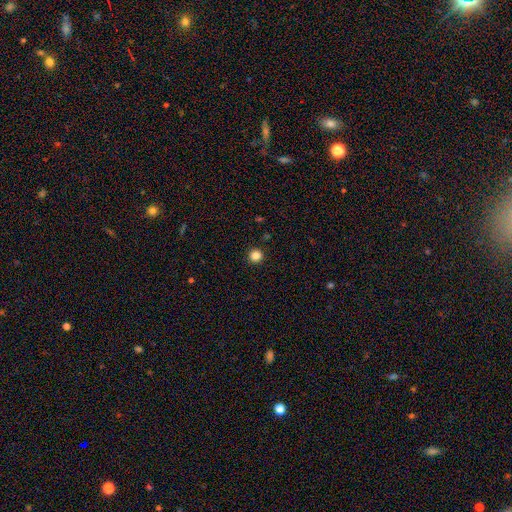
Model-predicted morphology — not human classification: type=smooth (85%); roundness=round (95%); merging=none (93%).